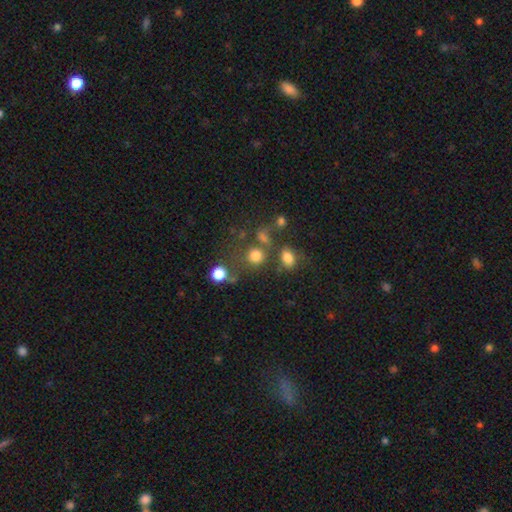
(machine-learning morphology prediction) The model was most divided on "merging": none: 59%, merger: 20%, minor disturbance: 12%, major disturbance: 8%. More confident: how rounded — round (83%); smooth or featured — smooth (76%).